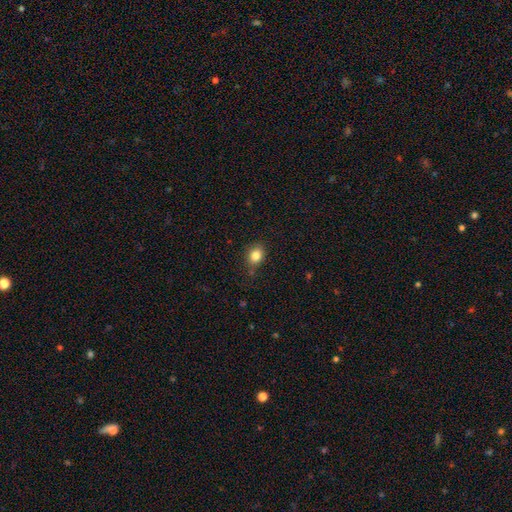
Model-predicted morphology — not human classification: A smooth galaxy with no disk features (83%) that is in between round and cigar-shaped (59%). Merging: none (79%).